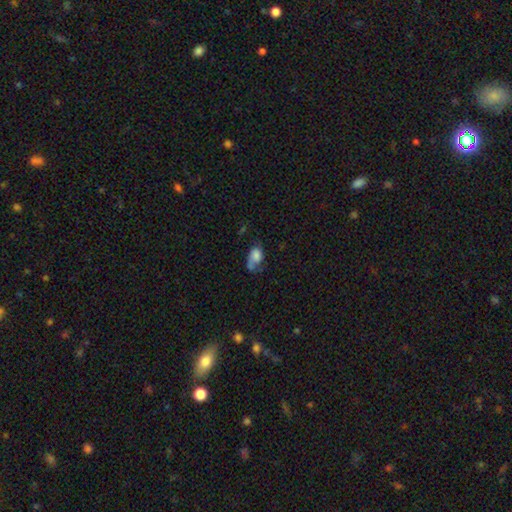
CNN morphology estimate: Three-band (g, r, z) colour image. It shows a smooth galaxy with no disk features (61%) that is in between round and cigar-shaped (82%). Merging: major disturbance (34%).